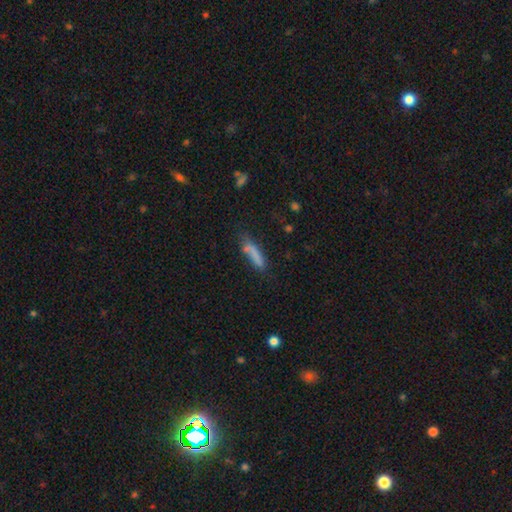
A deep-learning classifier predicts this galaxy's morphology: Q: Smooth or featured?
A: smooth (77%); runner-up: featured or disk (14%)
Q: How rounded?
A: cigar-shaped (64%); runner-up: in between (33%)
Q: Merging?
A: none (51%); runner-up: minor disturbance (26%)